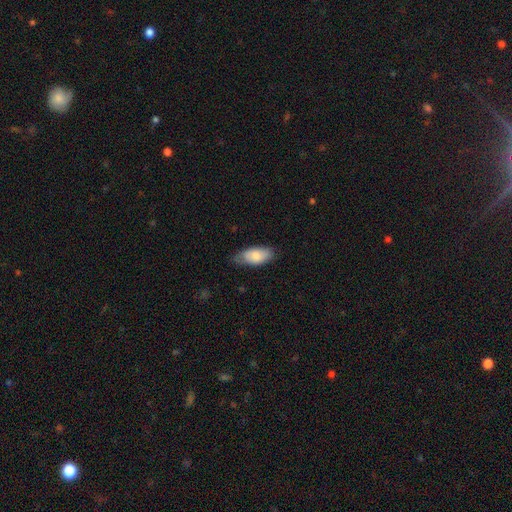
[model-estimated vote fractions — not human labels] smooth 80%, featured or disk 14%, star or artifact 6%. Down the decision tree: how rounded — in between (90%); merging — none (68%).